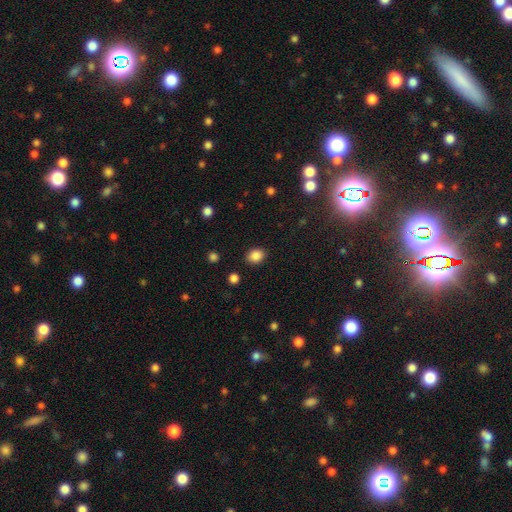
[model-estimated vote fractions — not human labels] A smooth galaxy with no disk features (86%) that is in between round and cigar-shaped (50%). Merging: none (88%).